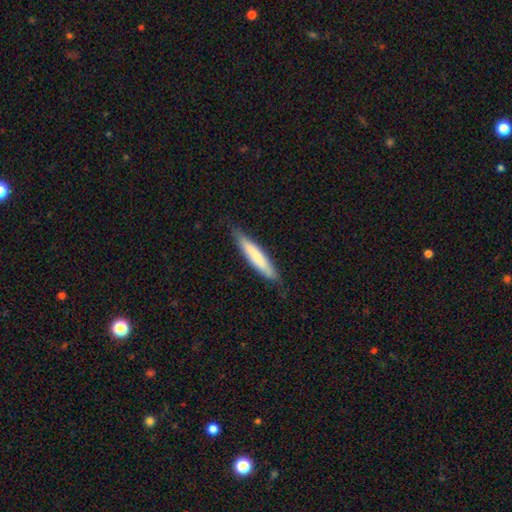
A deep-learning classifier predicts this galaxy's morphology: smooth 72%, featured or disk 23%, star or artifact 5%. Down the decision tree: how rounded — cigar-shaped (91%); merging — none (84%).